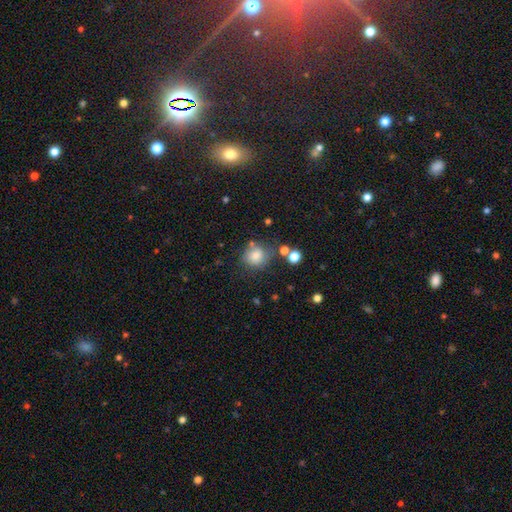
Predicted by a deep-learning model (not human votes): This is likely a smooth galaxy (78%). How rounded: clearly round (82%). Merging: likely none (65%).